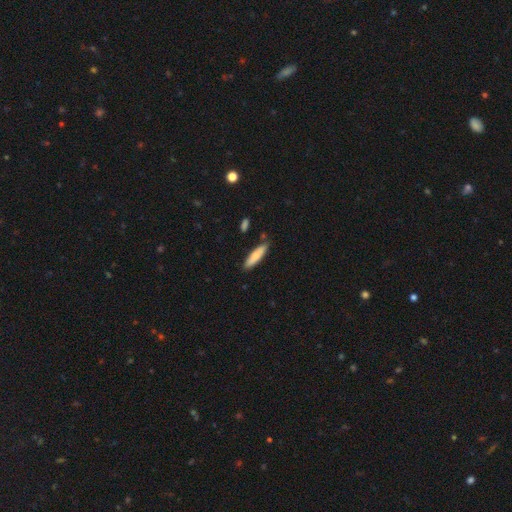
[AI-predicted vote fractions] smooth_or_featured: smooth (p=0.72) [alt: featured or disk p=0.22]
how_rounded: cigar-shaped (p=0.73) [alt: in between p=0.26]
merging: none (p=0.85) [alt: minor disturbance p=0.11]